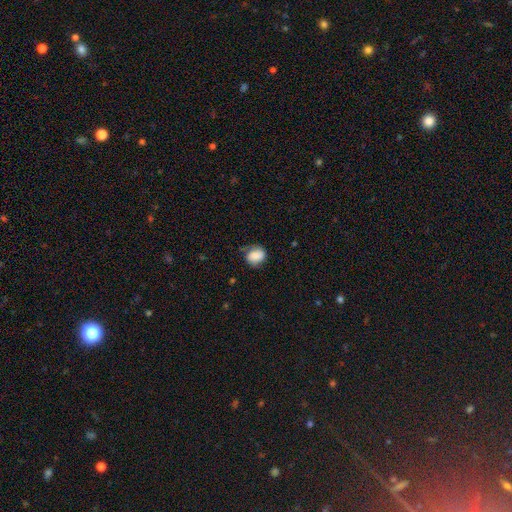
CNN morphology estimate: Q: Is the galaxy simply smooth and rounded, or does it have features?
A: smooth — 74%.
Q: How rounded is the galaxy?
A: round — 54%.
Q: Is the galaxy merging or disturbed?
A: none — 58%.